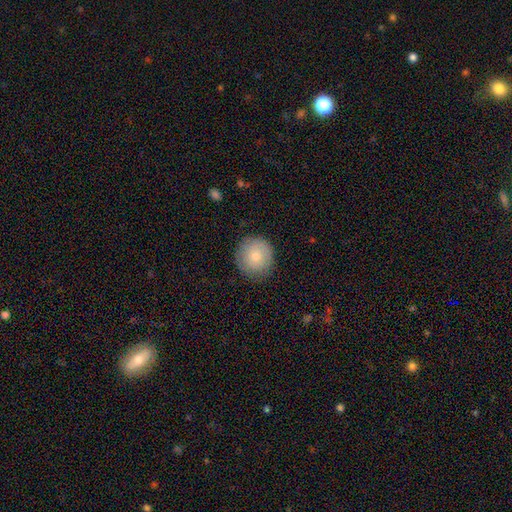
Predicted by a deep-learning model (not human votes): The model was most divided on "smooth or featured": smooth: 77%, featured or disk: 16%, star or artifact: 7%. More confident: how rounded — round (90%); merging — none (83%).